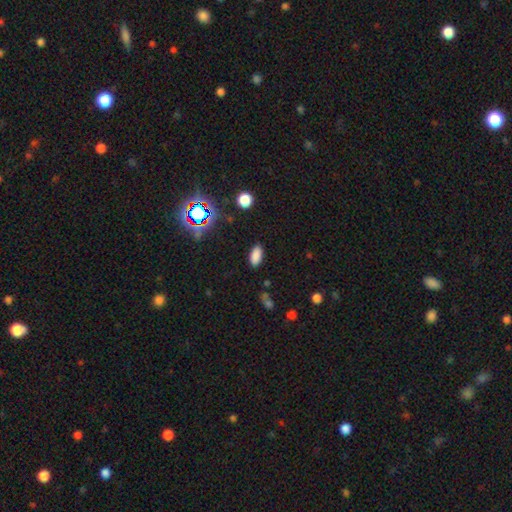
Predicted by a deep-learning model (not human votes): Smooth or featured? Predicted: smooth (p=0.82). How rounded? Predicted: in between (p=0.90). Merging? Predicted: none (p=0.87).